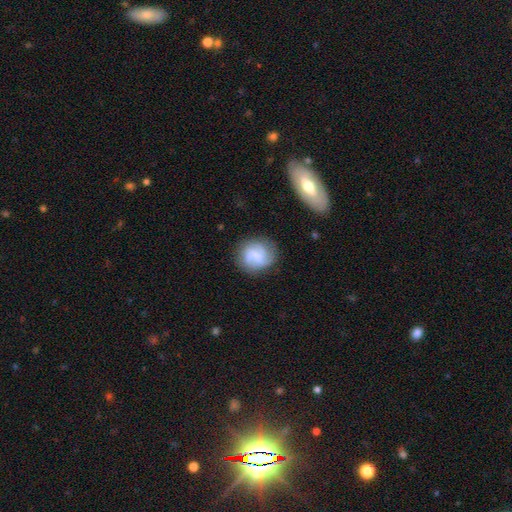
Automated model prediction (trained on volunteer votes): A featured or disk galaxy (58%) with no bar (48%), 3 (39%) medium (44%) spiral arms (92%) and no central bulge (40%). Merging: none (76%).